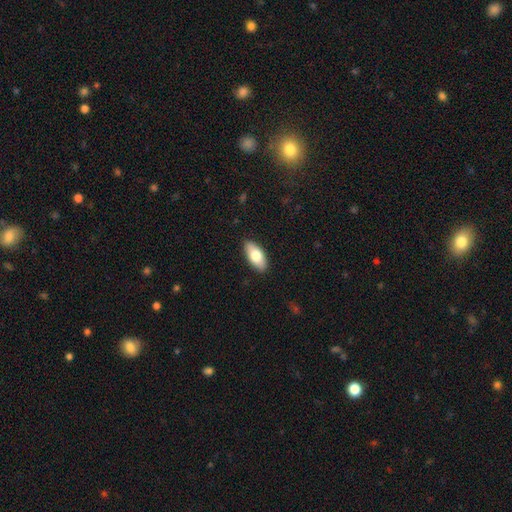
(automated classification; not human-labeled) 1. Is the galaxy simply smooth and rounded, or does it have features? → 76% smooth, 18% featured or disk, 6% star or artifact.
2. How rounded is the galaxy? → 89% in between, 8% cigar-shaped, 2% round.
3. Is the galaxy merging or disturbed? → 88% none, 9% minor disturbance, 2% major disturbance, 1% merger.